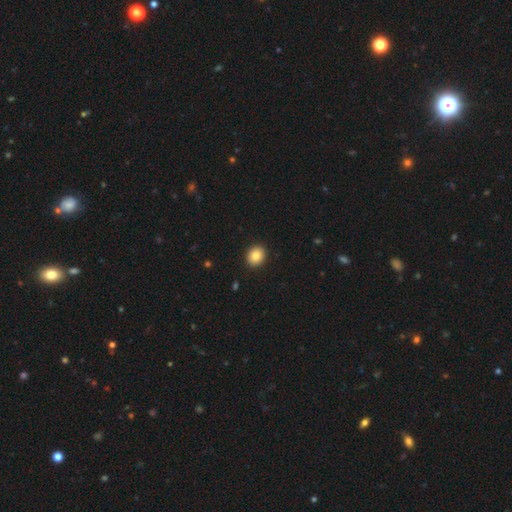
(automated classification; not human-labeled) smooth_or_featured: smooth (p=0.86) [alt: star or artifact p=0.09]
how_rounded: round (p=0.62) [alt: in between p=0.37]
merging: none (p=0.92) [alt: minor disturbance p=0.06]